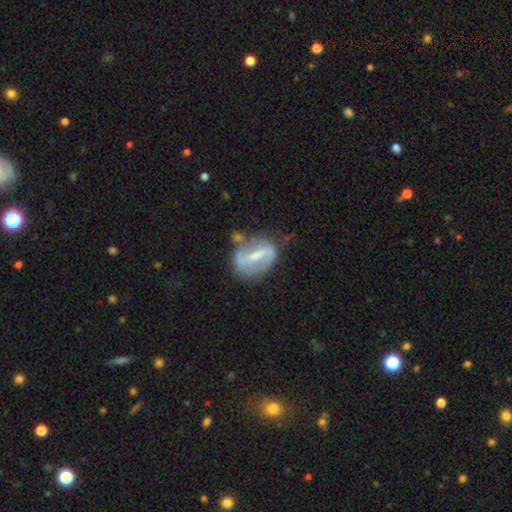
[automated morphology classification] Smooth or featured?
  - featured or disk: 70% *
  - smooth: 23%
  - star or artifact: 7%
Edge-on disk?
  - no: 93% *
  - yes: 7%
Bar?
  - strong: 61% *
  - weak: 29%
  - no: 11%
Spiral arms?
  - yes: 60% *
  - no: 40%
Bulge size?
  - small: 39% *
  - moderate: 35%
  - none: 20%
  - large: 5%
  - dominant: 1%
Merging?
  - none: 49% *
  - minor disturbance: 27%
  - major disturbance: 16%
  - merger: 8%